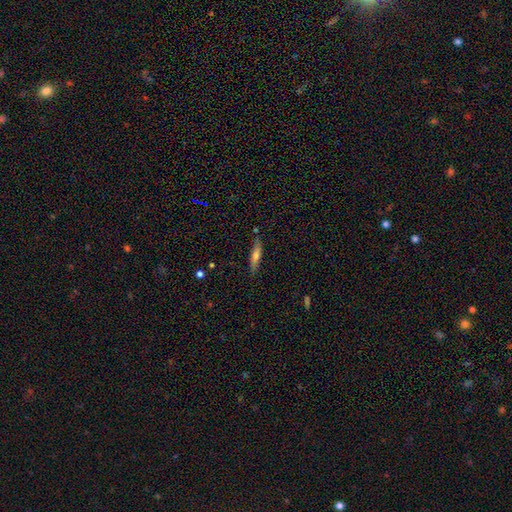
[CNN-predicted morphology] This is possibly a smooth galaxy (56%). How rounded: likely cigar-shaped (79%). Merging: clearly none (81%).